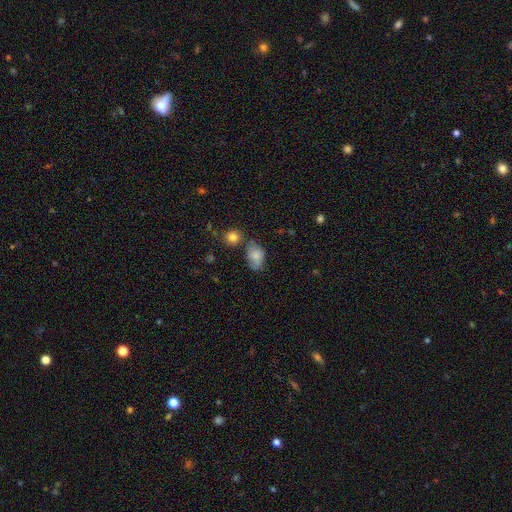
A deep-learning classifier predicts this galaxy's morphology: A smooth galaxy with no disk features (72%) that is in between round and cigar-shaped (82%).

Vote fractions:
- Smooth or featured? smooth: 72% / featured or disk: 19% / star or artifact: 9%
- How rounded? in between: 82% / round: 16% / cigar-shaped: 2%
- Merging? none: 48% / minor disturbance: 31% / major disturbance: 10% / merger: 10%